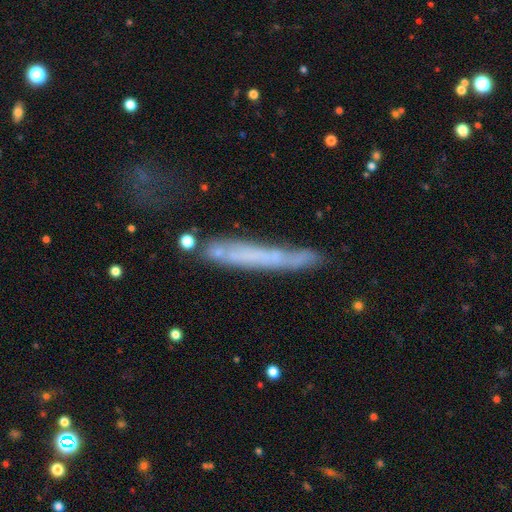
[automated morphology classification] A smooth galaxy with no disk features (46%).

Vote fractions:
- Smooth or featured? smooth: 46% / featured or disk: 44% / star or artifact: 10%
- Merging? none: 64% / minor disturbance: 22% / major disturbance: 8% / merger: 6%